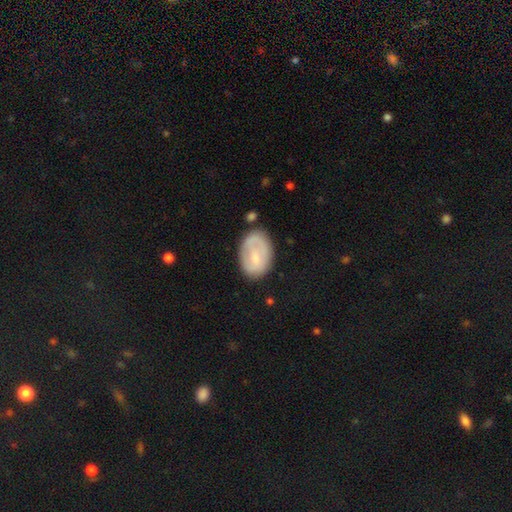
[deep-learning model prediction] Q: Smooth or featured?
A: smooth (58%); runner-up: featured or disk (35%)
Q: How rounded?
A: in between (86%); runner-up: round (13%)
Q: Merging?
A: none (66%); runner-up: minor disturbance (23%)